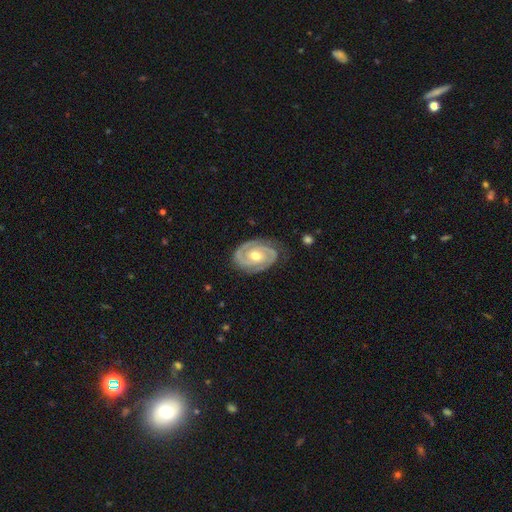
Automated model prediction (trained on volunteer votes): Smooth or featured?
  - featured or disk: 91% *
  - smooth: 5%
  - star or artifact: 4%
Edge-on disk?
  - no: 97% *
  - yes: 3%
Bar?
  - no: 60% *
  - weak: 29%
  - strong: 12%
Spiral arms?
  - yes: 98% *
  - no: 2%
Spiral winding?
  - tight: 72% *
  - medium: 24%
  - loose: 3%
Spiral arm count?
  - 2: 90% *
  - can't tell: 3%
  - 3: 3%
  - 1: 2%
  - 4: 1%
  - more than 4: 1%
Bulge size?
  - moderate: 73% *
  - small: 22%
  - large: 3%
  - none: 1%
  - dominant: 1%
Merging?
  - none: 82% *
  - minor disturbance: 14%
  - major disturbance: 3%
  - merger: 1%